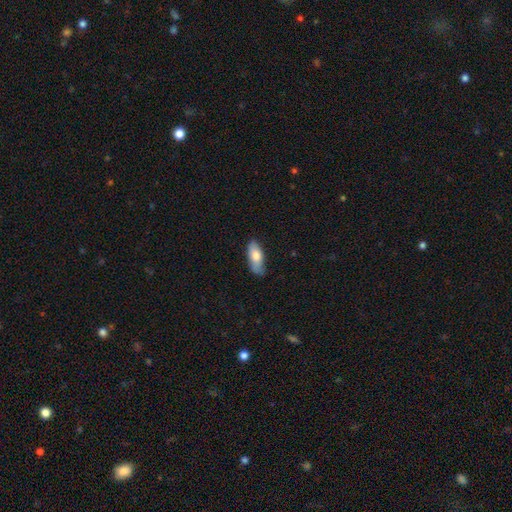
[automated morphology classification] Overall: smooth (75%). How rounded: in between (80%). Merging: none (71%).